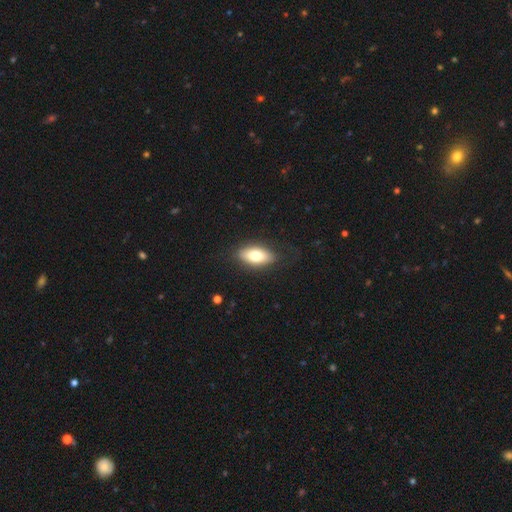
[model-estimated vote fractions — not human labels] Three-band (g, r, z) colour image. It shows a smooth galaxy with no disk features (75%) that is in between round and cigar-shaped (89%). Merging: none (81%).